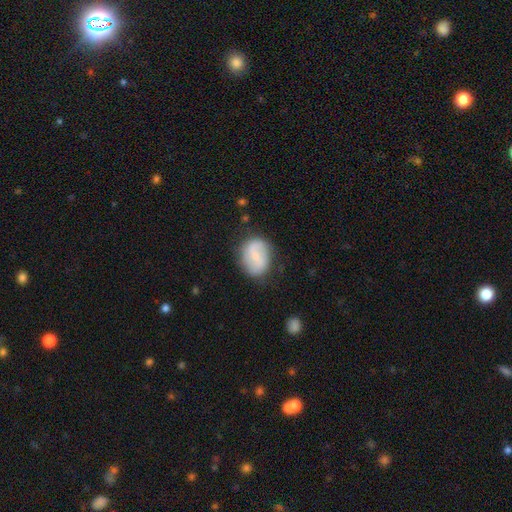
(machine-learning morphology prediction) The model was most divided on "bar": weak: 48%, no: 34%, strong: 18%. More confident: edge-on disk — no (97%); spiral arms — yes (82%); merging — none (76%); bulge size — small (63%); smooth or featured — featured or disk (58%).